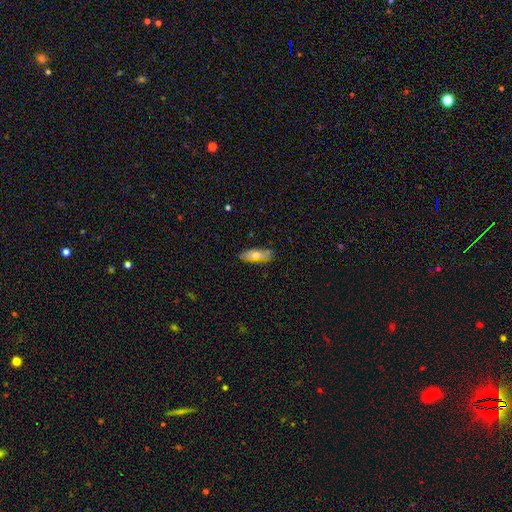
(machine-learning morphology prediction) Smooth or featured: smooth — 62% (featured or disk — 31%)
How rounded: in between — 52% (cigar-shaped — 45%)
Merging: none — 82% (minor disturbance — 14%)